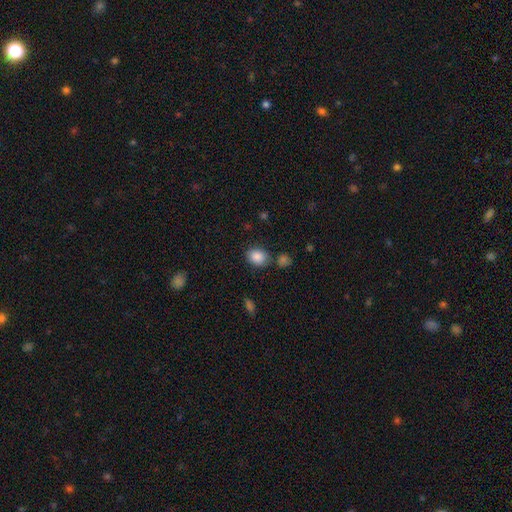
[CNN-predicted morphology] smooth_or_featured: smooth (p=0.87) [alt: star or artifact p=0.09]
how_rounded: in between (p=0.55) [alt: round p=0.44]
merging: none (p=0.76) [alt: minor disturbance p=0.13]